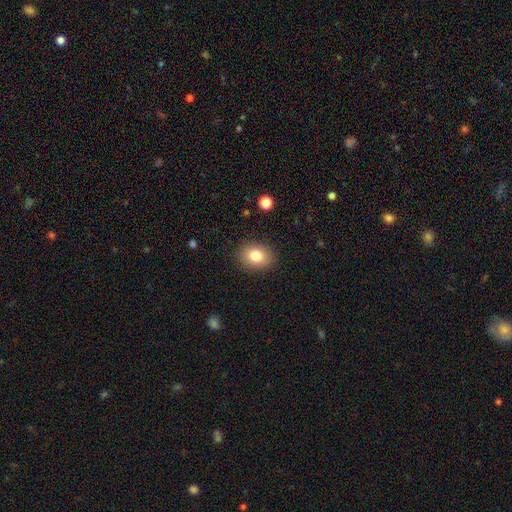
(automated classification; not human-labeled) Overall: smooth (82%). How rounded: in between (56%; round 43%). Merging: none (88%).